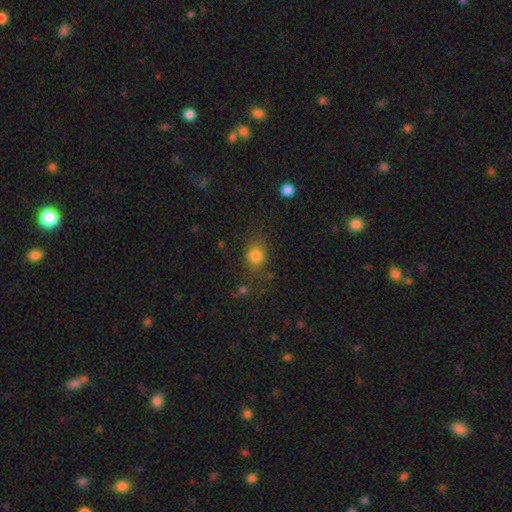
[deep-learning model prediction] Smooth or featured? smooth (80%)
How rounded? round (65%)
Merging? none (70%)